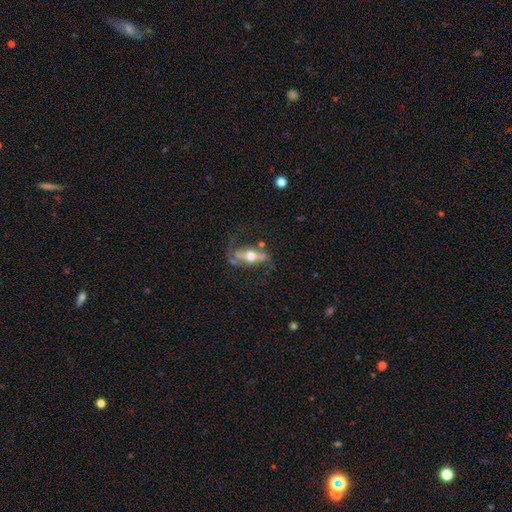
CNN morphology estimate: The model was most divided on "bar": no: 46%, strong: 31%, weak: 23%. More confident: edge-on disk — no (79%); spiral arms — yes (75%); bulge size — moderate (72%); smooth or featured — featured or disk (70%); merging — none (53%).